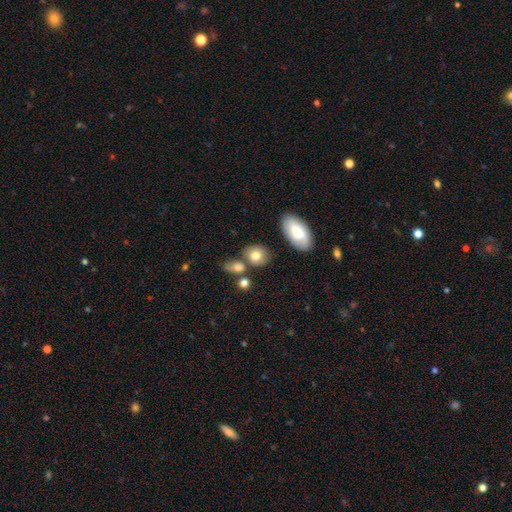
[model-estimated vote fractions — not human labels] Overall: smooth (79%). How rounded: round (54%; in between 44%). Merging: none (67%).